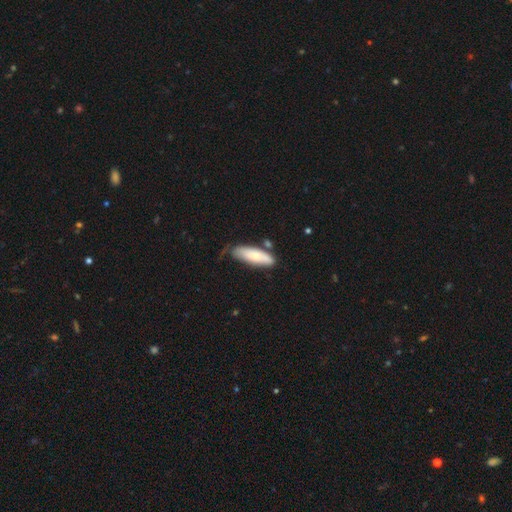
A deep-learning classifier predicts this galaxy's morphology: This is likely a smooth galaxy (71%). How rounded: possibly in between (58%). Merging: possibly none (54%).